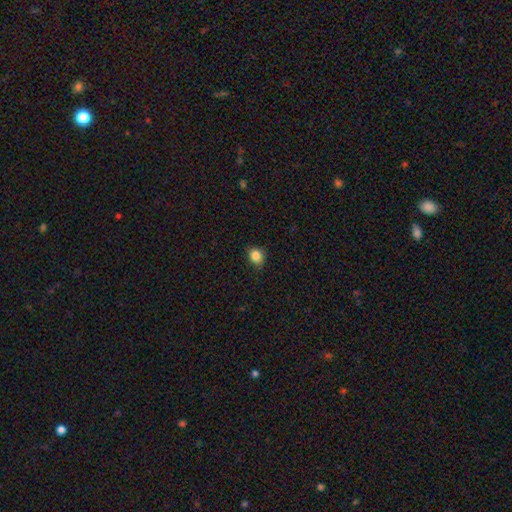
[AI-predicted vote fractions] smooth_or_featured: smooth (p=0.85) [alt: star or artifact p=0.11]
how_rounded: round (p=0.68) [alt: in between p=0.31]
merging: none (p=0.84) [alt: minor disturbance p=0.13]